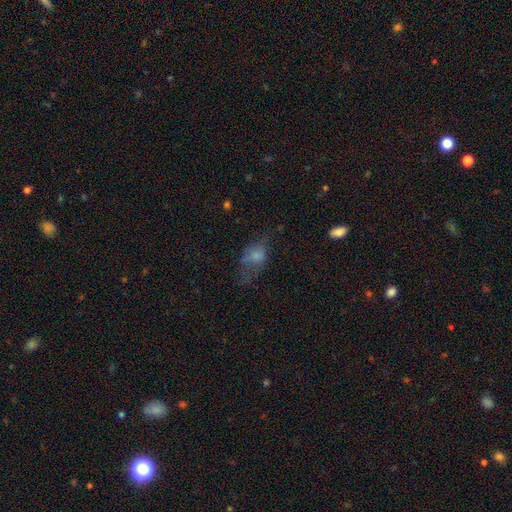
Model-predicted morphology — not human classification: smooth 65%, featured or disk 22%, star or artifact 13%. Down the decision tree: how rounded — in between (77%); merging — major disturbance (37%).